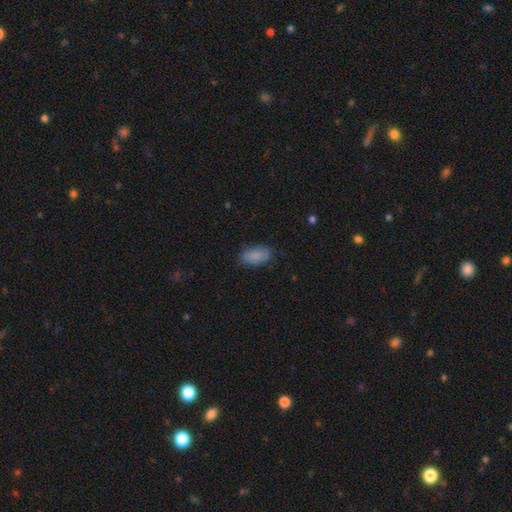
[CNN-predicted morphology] Smooth or featured? Predicted: smooth (p=0.87). How rounded? Predicted: in between (p=0.93). Merging? Predicted: none (p=0.77).